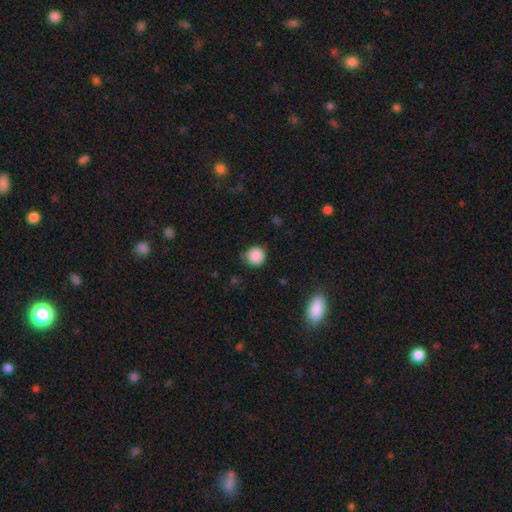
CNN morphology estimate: type=smooth (87%); roundness=round (93%); merging=none (79%).